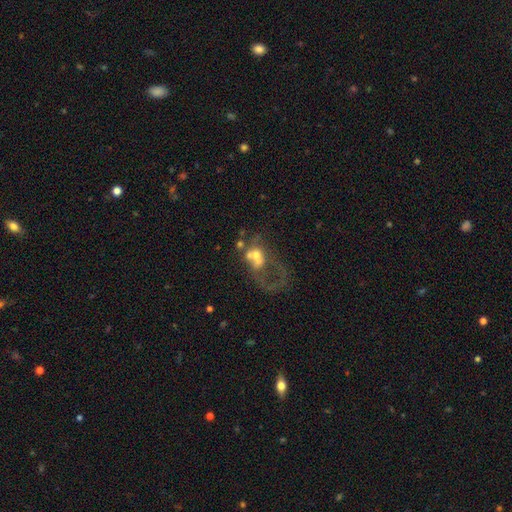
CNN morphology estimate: The model was most divided on "merging": merger: 45%, major disturbance: 34%, none: 14%, minor disturbance: 7%. Remaining: edge-on disk — no (96%); bar — no (82%); spiral arms — no (74%); smooth or featured — featured or disk (52%); bulge size — moderate (49%).